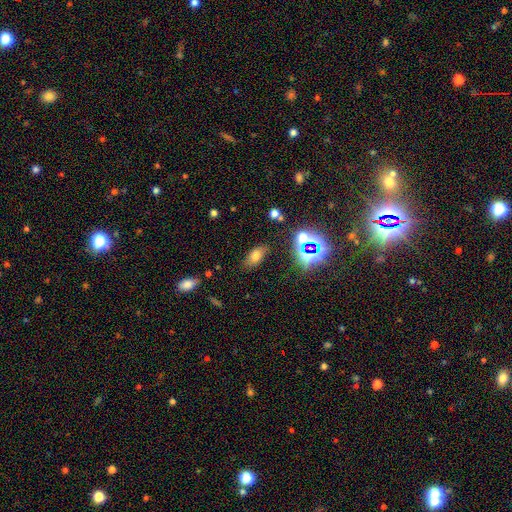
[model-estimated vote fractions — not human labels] Overall: smooth (66%). How rounded: in between (85%). Merging: none (81%).